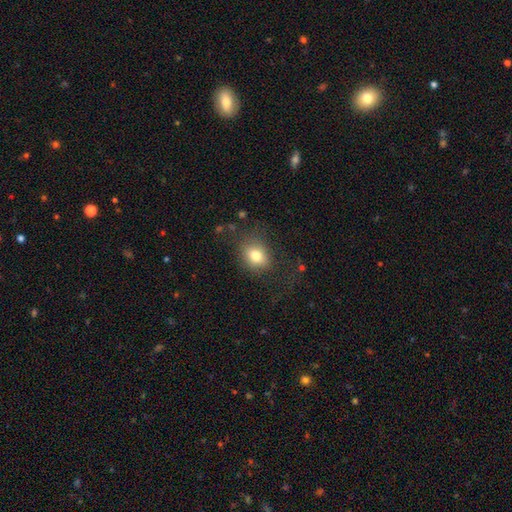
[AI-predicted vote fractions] smooth-or-featured: smooth: 78% | featured or disk: 11% | star or artifact: 11%
  how-rounded: in between: 53% | round: 46% | cigar-shaped: 1%
  merging: none: 70% | minor disturbance: 17% | major disturbance: 11% | merger: 2%